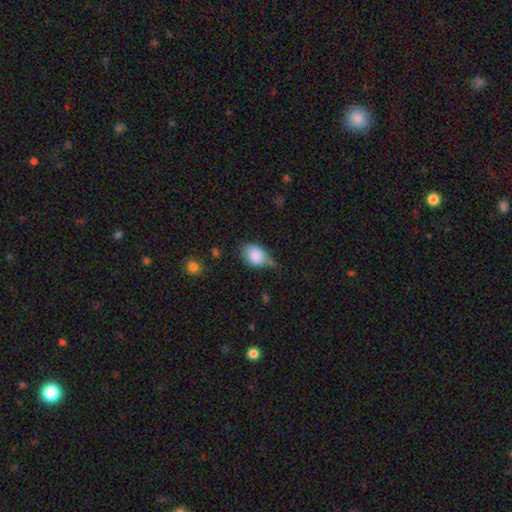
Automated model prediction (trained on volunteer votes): Smooth or featured? Predicted: smooth (p=0.83). How rounded? Predicted: in between (p=0.70). Merging? Predicted: minor disturbance (p=0.43).